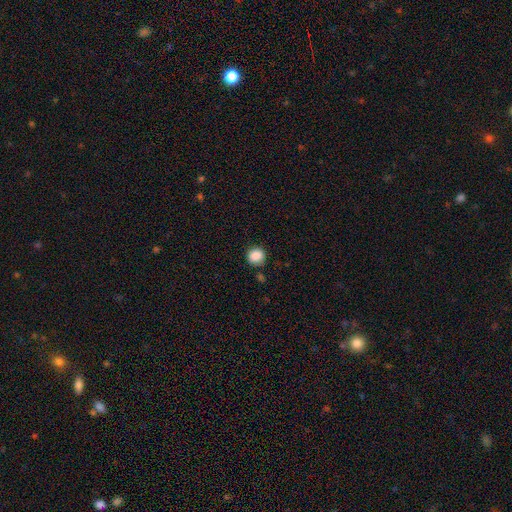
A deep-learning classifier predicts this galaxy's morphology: smooth 87%, star or artifact 9%, featured or disk 3%. Down the decision tree: how rounded — round (88%); merging — none (84%).